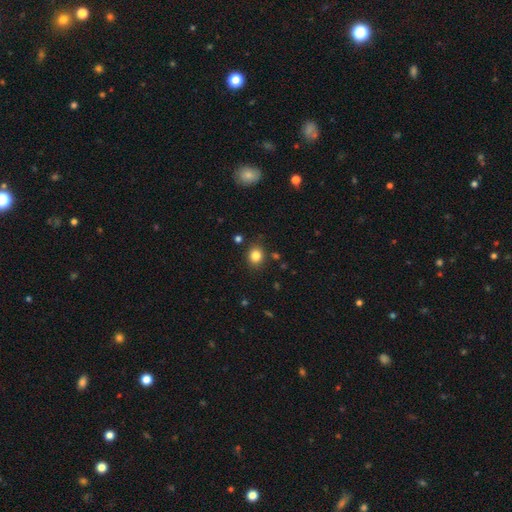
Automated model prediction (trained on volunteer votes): A smooth galaxy with no disk features (83%) that is round (70%). Merging: none (85%).